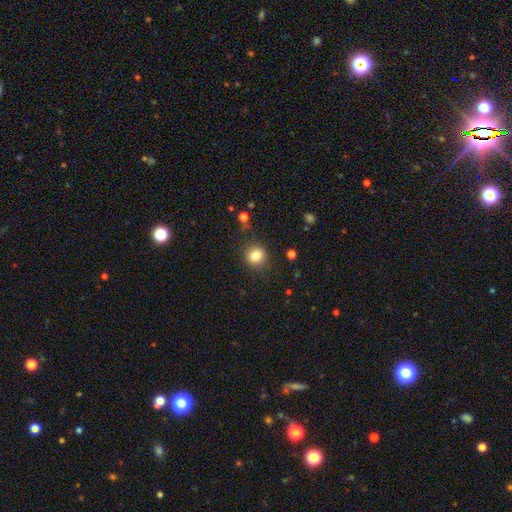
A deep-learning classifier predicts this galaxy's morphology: Overall: smooth (82%). How rounded: round (84%). Merging: none (86%).